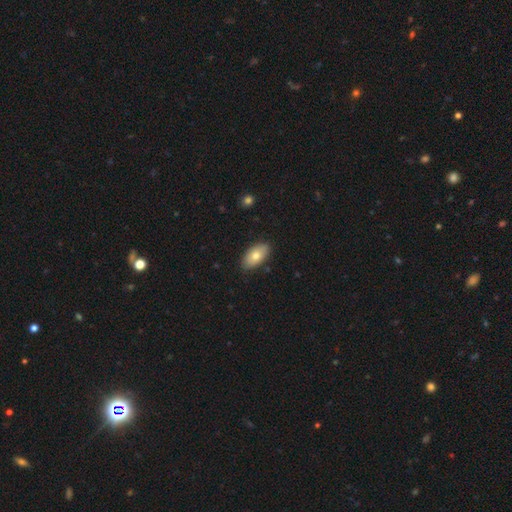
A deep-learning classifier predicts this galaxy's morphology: smooth-or-featured: smooth: 73% | featured or disk: 20% | star or artifact: 6%
  how-rounded: in between: 94% | round: 4% | cigar-shaped: 3%
  merging: none: 87% | minor disturbance: 10% | major disturbance: 2% | merger: 1%